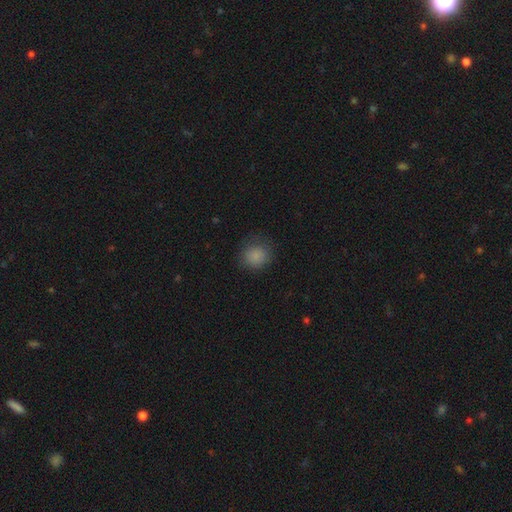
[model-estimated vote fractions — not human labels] This is clearly a smooth galaxy (85%). How rounded: clearly round (87%). Merging: clearly none (82%).